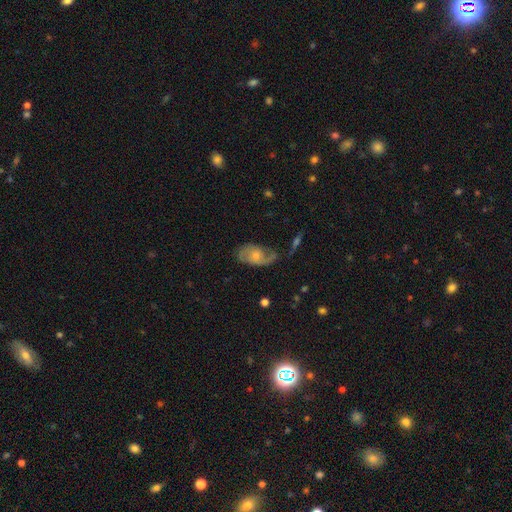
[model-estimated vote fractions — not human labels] A featured or disk galaxy (69%) with no bar (65%), 2 (75%) medium (46%) spiral arms (89%) and a moderate central bulge (45%).

Vote fractions:
- Smooth or featured? featured or disk: 69% / smooth: 24% / star or artifact: 7%
- Edge-on disk? no: 95% / yes: 5%
- Bar? no: 65% / weak: 31% / strong: 4%
- Spiral arms? yes: 89% / no: 11%
- Spiral winding? medium: 46% / loose: 31% / tight: 24%
- Spiral arm count? 2: 75% / can't tell: 11% / 1: 10% / 3: 2% / 4: 1% / more than 4: 1%
- Bulge size? moderate: 45% / small: 41% / none: 7% / large: 6% / dominant: 1%
- Merging? none: 58% / minor disturbance: 24% / major disturbance: 15% / merger: 3%